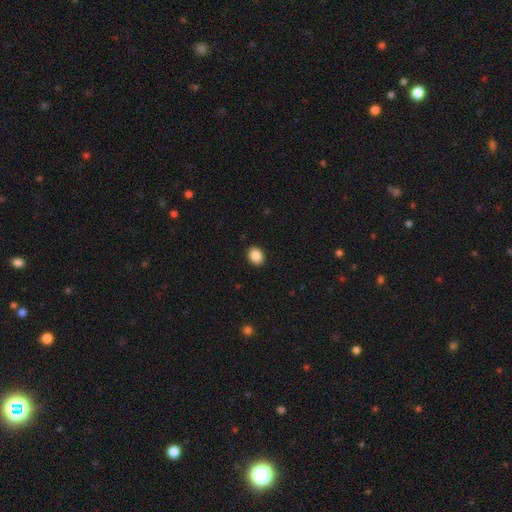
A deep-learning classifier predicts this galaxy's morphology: This is clearly a smooth galaxy (88%). How rounded: likely in between (63%). Merging: clearly none (91%).